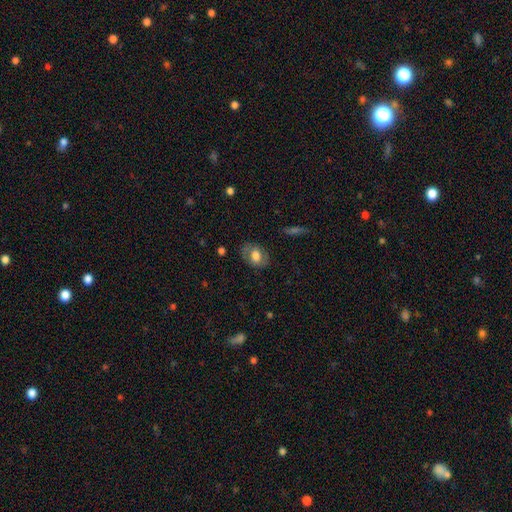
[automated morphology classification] type=smooth (64%); roundness=in between (72%); merging=none (78%).